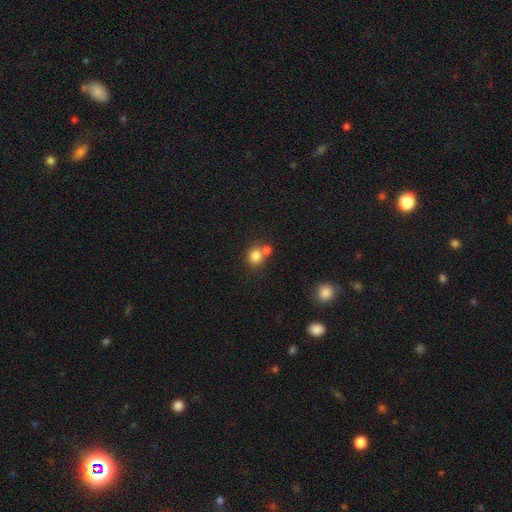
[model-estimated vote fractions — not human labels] smooth 81%, star or artifact 11%, featured or disk 8%. Down the decision tree: how rounded — round (79%); merging — none (52%).